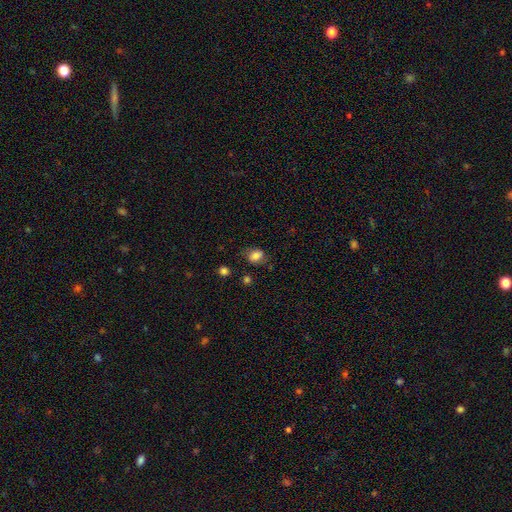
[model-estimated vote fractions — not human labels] smooth 79%, featured or disk 10%, star or artifact 10%. Down the decision tree: how rounded — in between (54%); merging — none (69%).